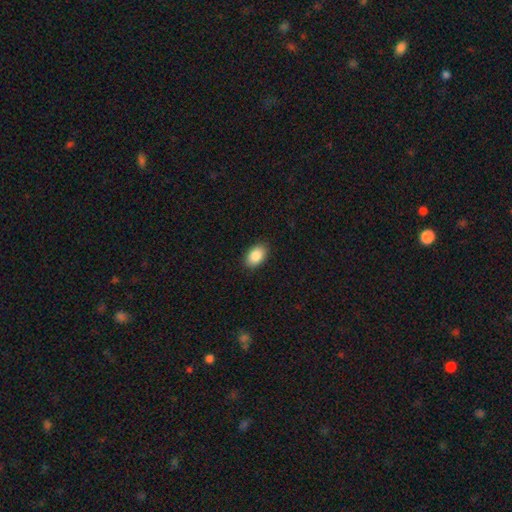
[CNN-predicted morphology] Overall: smooth (88%). How rounded: in between (91%). Merging: none (89%).